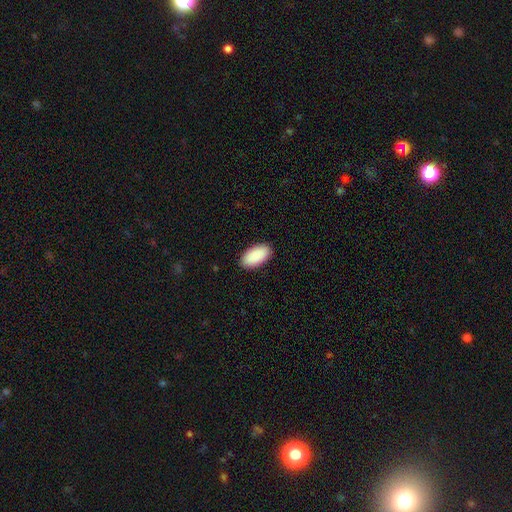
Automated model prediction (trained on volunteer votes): Morphology: type=smooth (92%); roundness=in between (96%); merging=none (90%).